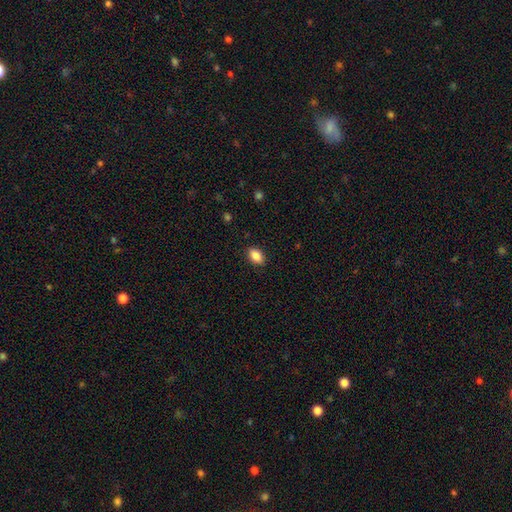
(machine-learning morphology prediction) Overall: smooth (87%). How rounded: in between (89%). Merging: none (88%).